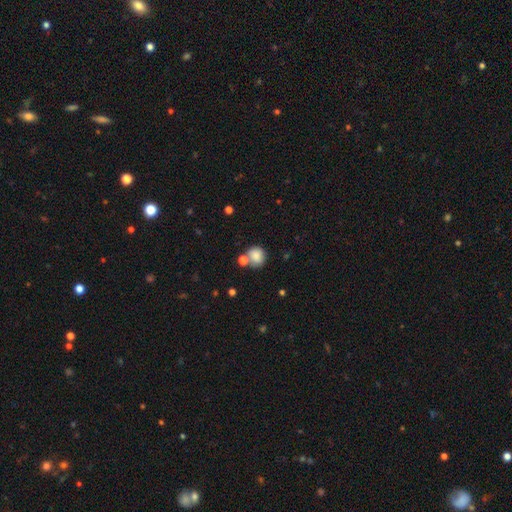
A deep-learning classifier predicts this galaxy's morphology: This is clearly a smooth galaxy (82%). How rounded: clearly round (80%). Merging: possibly none (57%).